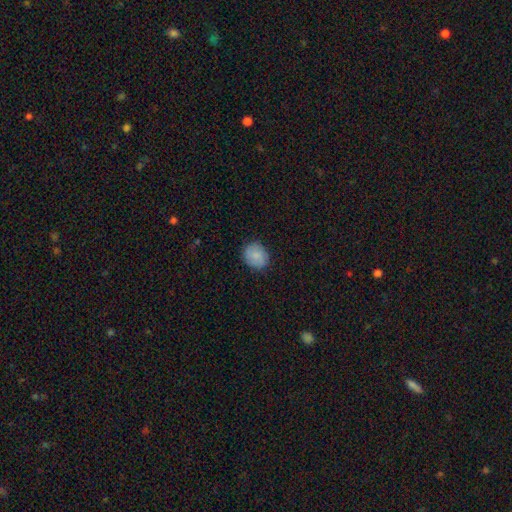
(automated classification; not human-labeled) Smooth or featured?
  - smooth: 86% *
  - star or artifact: 7%
  - featured or disk: 7%
How rounded?
  - round: 69% *
  - in between: 30%
  - cigar-shaped: 1%
Merging?
  - none: 84% *
  - minor disturbance: 12%
  - major disturbance: 3%
  - merger: 1%